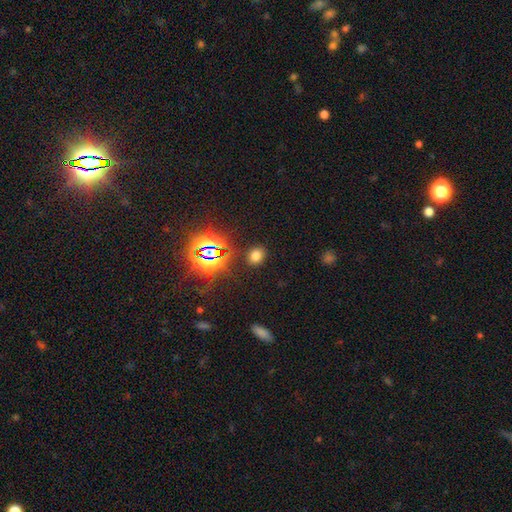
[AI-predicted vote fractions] smooth 67%, star or artifact 26%, featured or disk 6%. Down the decision tree: how rounded — in between (54%); merging — none (86%).